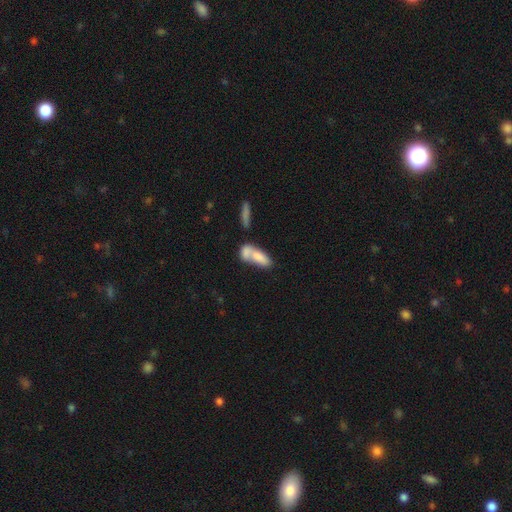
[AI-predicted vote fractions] smooth-or-featured: smooth: 73% | featured or disk: 20% | star or artifact: 8%
  how-rounded: in between: 75% | cigar-shaped: 21% | round: 4%
  merging: merger: 62% | none: 22% | minor disturbance: 9% | major disturbance: 7%